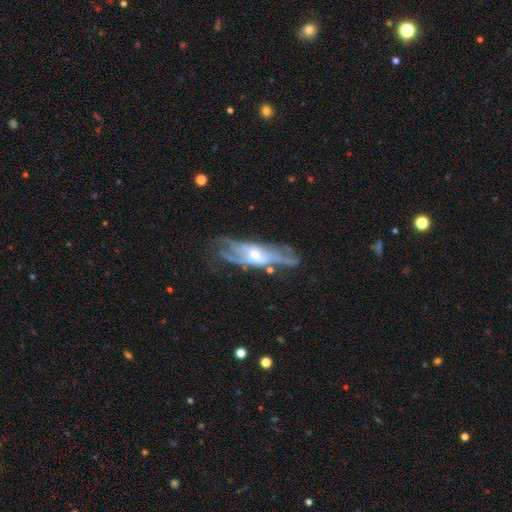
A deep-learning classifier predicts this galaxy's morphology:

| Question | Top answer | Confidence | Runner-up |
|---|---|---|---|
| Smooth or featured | featured or disk | 77% | smooth (16%) |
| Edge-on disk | no | 73% | yes (27%) |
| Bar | no | 61% | weak (30%) |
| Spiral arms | yes | 75% | no (25%) |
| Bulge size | moderate | 49% | small (42%) |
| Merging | none | 50% | major disturbance (23%) |